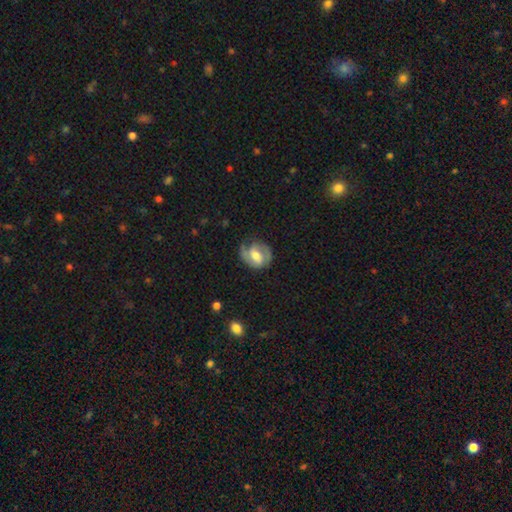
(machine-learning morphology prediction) Q: Smooth or featured?
A: featured or disk (70%); runner-up: smooth (24%)
Q: Edge-on disk?
A: no (97%); runner-up: yes (3%)
Q: Bar?
A: weak (48%); runner-up: strong (27%)
Q: Spiral arms?
A: yes (87%); runner-up: no (13%)
Q: Spiral winding?
A: medium (45%); runner-up: tight (38%)
Q: Spiral arm count?
A: 2 (76%); runner-up: 1 (11%)
Q: Bulge size?
A: moderate (65%); runner-up: small (18%)
Q: Merging?
A: none (66%); runner-up: minor disturbance (22%)